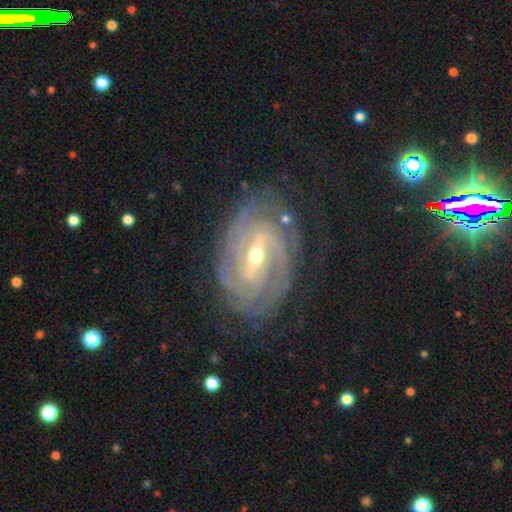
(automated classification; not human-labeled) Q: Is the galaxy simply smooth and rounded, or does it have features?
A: featured or disk — 89%.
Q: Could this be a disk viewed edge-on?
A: no — 95%.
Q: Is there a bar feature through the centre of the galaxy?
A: strong — 44%.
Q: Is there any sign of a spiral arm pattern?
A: yes — 96%.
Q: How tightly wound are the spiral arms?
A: tight — 72%.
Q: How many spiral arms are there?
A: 2 — 27%.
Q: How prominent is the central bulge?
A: moderate — 55%.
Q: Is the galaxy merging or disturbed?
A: none — 73%.